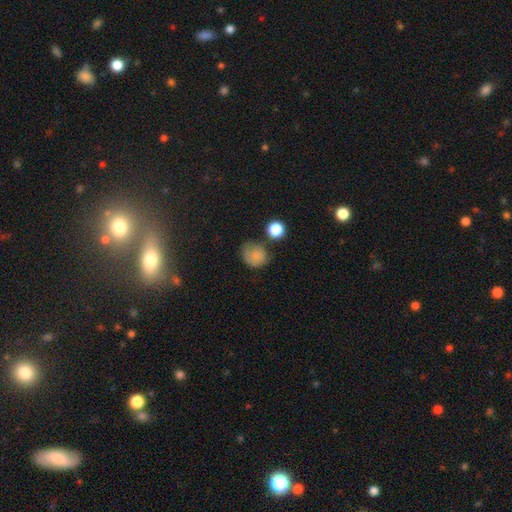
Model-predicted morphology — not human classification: This appears to be a smooth galaxy with no disk features (76%) that is round (79%). Merging: none (51%).